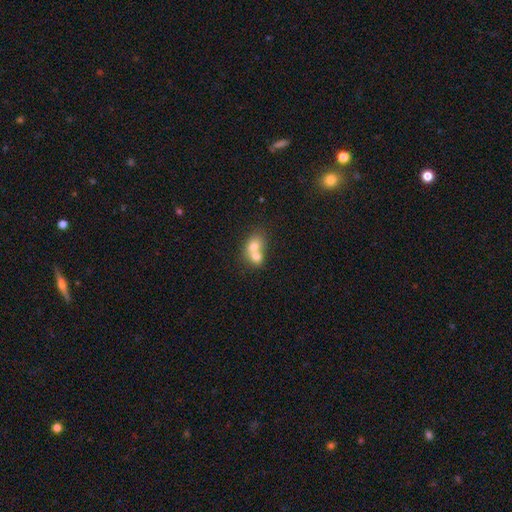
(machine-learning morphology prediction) type=smooth (70%); roundness=round (50%); merging=merger (73%).